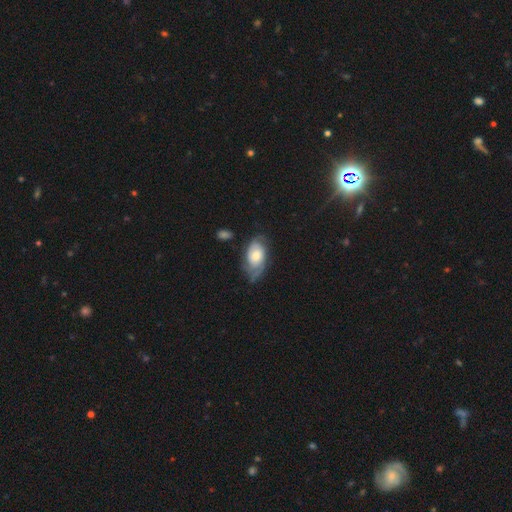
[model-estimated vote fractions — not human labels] Smooth or featured: featured or disk — 60% (smooth — 33%)
Edge-on disk: no — 94% (yes — 6%)
Bar: no — 77% (weak — 20%)
Spiral arms: yes — 84% (no — 16%)
Bulge size: moderate — 53% (small — 28%)
Merging: none — 54% (minor disturbance — 28%)